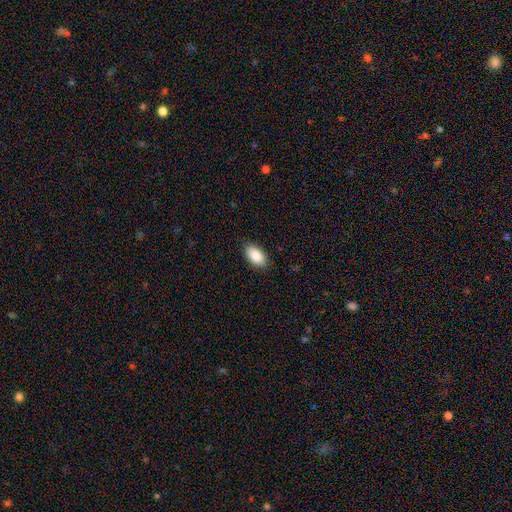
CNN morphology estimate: type=smooth (87%); roundness=in between (94%); merging=none (86%).